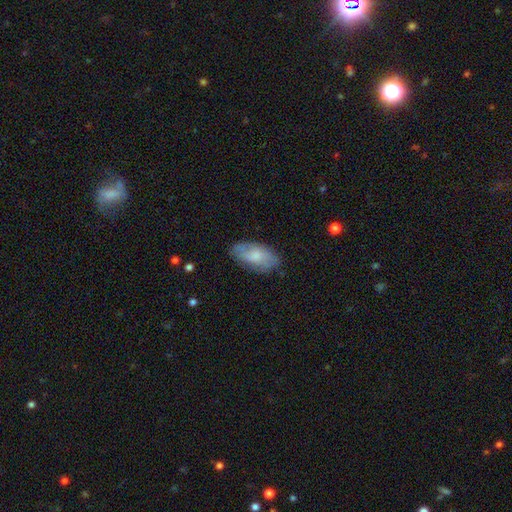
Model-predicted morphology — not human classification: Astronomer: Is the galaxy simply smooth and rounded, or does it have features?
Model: smooth — 65%.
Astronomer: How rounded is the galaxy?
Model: in between — 93%.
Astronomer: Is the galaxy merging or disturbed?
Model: none — 74%.